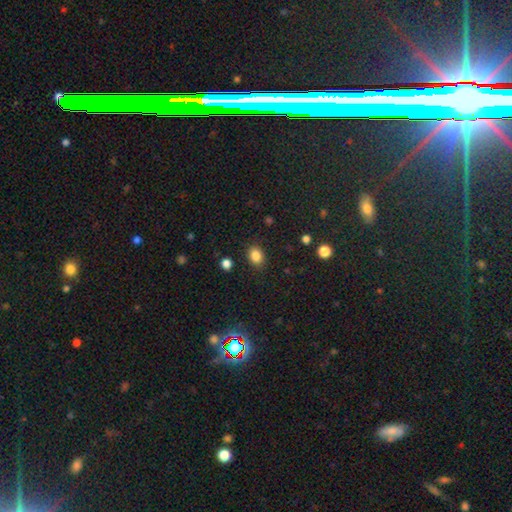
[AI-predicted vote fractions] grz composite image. It shows a smooth galaxy with no disk features (85%) that is in between round and cigar-shaped (61%). Merging: none (87%).